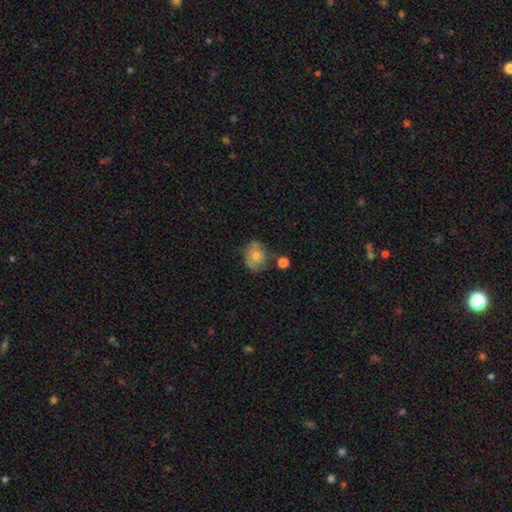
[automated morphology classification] Overall: smooth (64%; featured or disk 26%). How rounded: round (60%; in between 39%). Merging: none (61%; minor disturbance 24%).